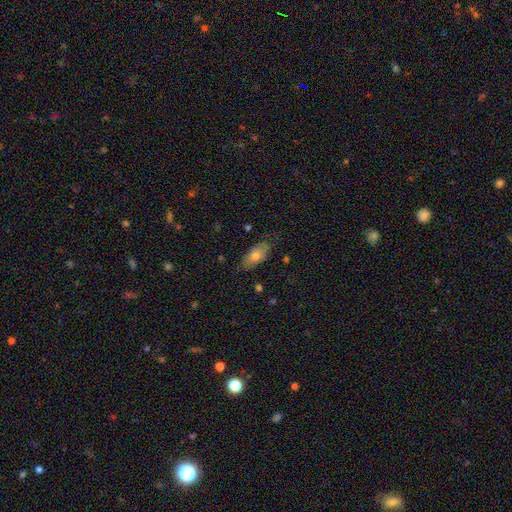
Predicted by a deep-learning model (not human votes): A smooth galaxy with no disk features (71%) that is in between round and cigar-shaped (89%). Merging: none (74%).